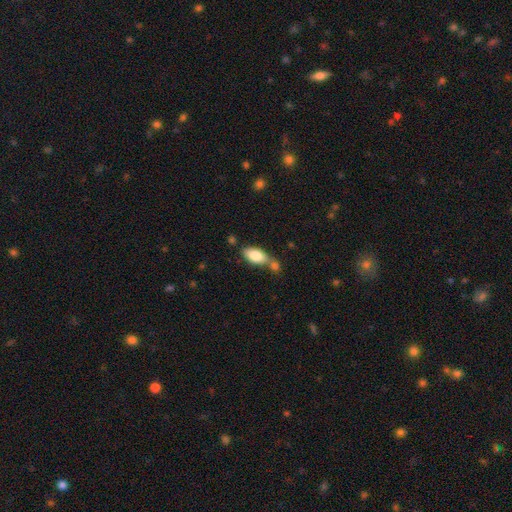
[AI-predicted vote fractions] This appears to be a smooth galaxy with no disk features (82%) that is in between round and cigar-shaped (90%). Merging: none (45%).